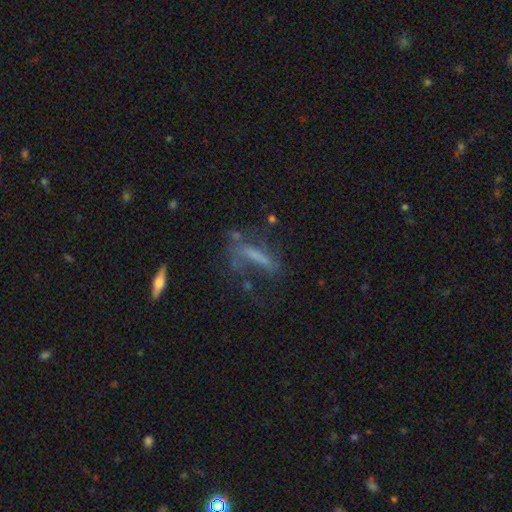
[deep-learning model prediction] Smooth or featured: featured or disk — 49% (smooth — 34%)
Merging: none — 40% (major disturbance — 31%)